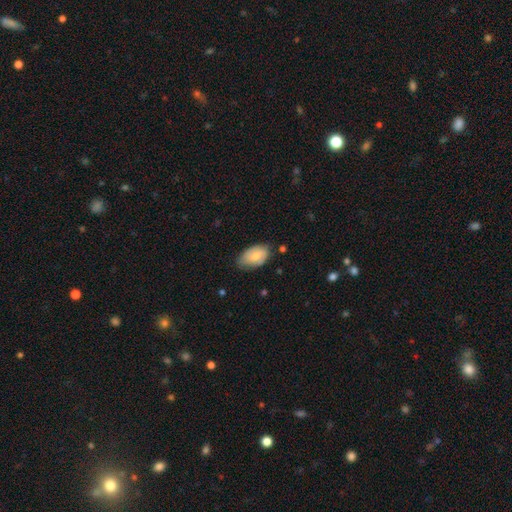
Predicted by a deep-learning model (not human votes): The model was most divided on "merging": none: 65%, minor disturbance: 29%, major disturbance: 4%, merger: 2%. More confident: how rounded — in between (93%); smooth or featured — smooth (68%).